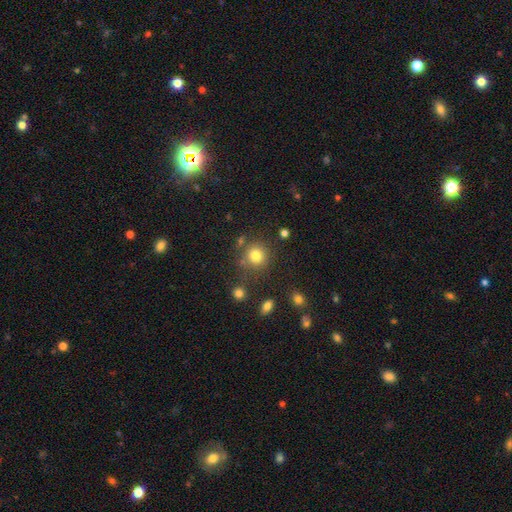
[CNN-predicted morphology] type=smooth (80%); roundness=round (90%); merging=none (78%).